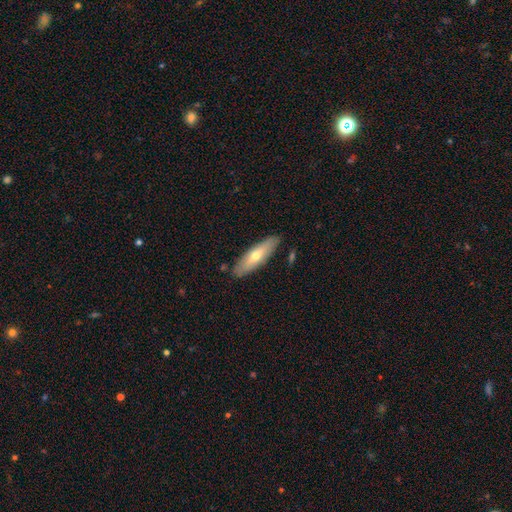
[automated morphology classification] This appears to be a smooth galaxy with no disk features (57%) that is cigar-shaped (58%). Merging: none (85%).